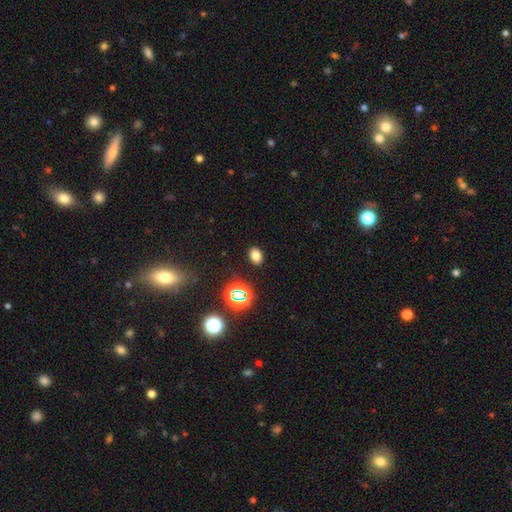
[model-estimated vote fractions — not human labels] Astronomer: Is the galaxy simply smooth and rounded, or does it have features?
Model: smooth — 75%.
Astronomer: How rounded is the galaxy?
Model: in between — 74%.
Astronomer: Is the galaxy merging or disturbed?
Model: none — 89%.